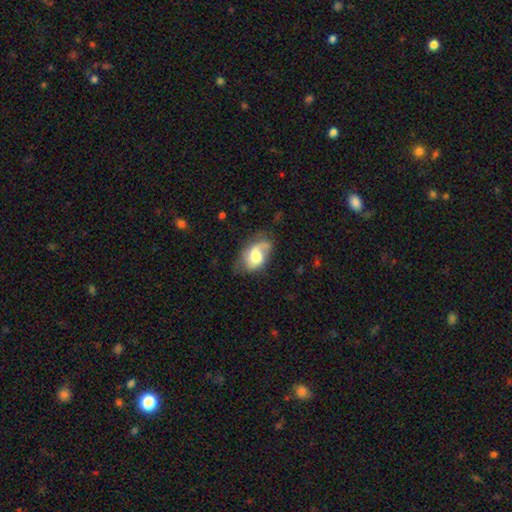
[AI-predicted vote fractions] A featured or disk galaxy (47%).

Vote fractions:
- Smooth or featured? featured or disk: 47% / smooth: 45% / star or artifact: 8%
- Merging? none: 46% / minor disturbance: 31% / major disturbance: 21% / merger: 3%